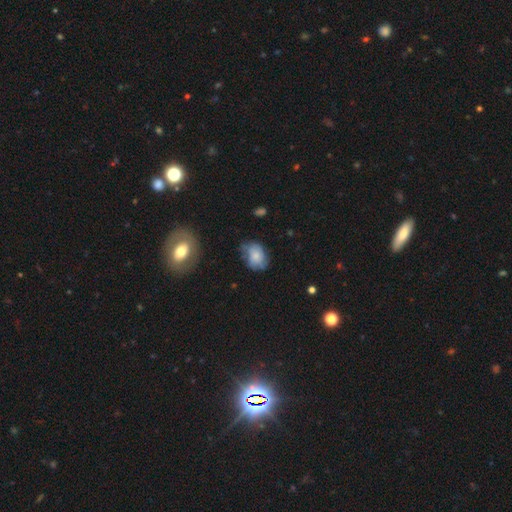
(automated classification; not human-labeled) Q: Smooth or featured?
A: smooth (64%); runner-up: featured or disk (27%)
Q: How rounded?
A: in between (71%); runner-up: round (28%)
Q: Merging?
A: none (52%); runner-up: minor disturbance (32%)